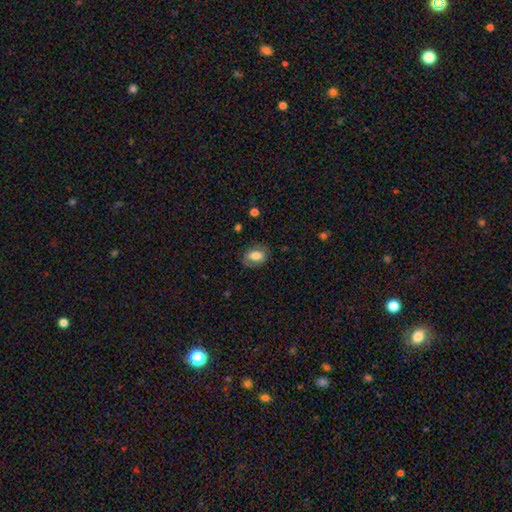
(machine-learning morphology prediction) A smooth galaxy with no disk features (74%) that is in between round and cigar-shaped (82%). Merging: none (76%).